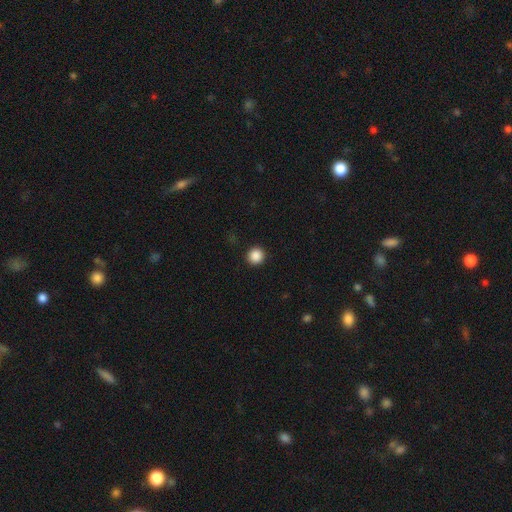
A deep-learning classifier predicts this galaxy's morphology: Smooth or featured?
  - smooth: 88% *
  - star or artifact: 10%
  - featured or disk: 2%
How rounded?
  - round: 95% *
  - in between: 5%
  - cigar-shaped: 1%
Merging?
  - none: 93% *
  - minor disturbance: 4%
  - major disturbance: 2%
  - merger: 1%